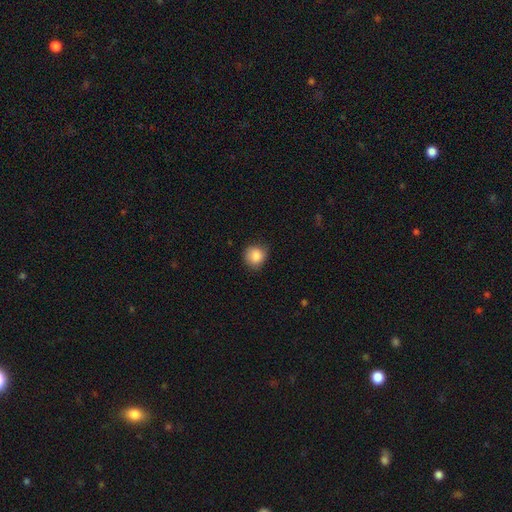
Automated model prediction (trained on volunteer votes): This is clearly a smooth galaxy (86%). How rounded: clearly round (87%). Merging: likely none (77%).